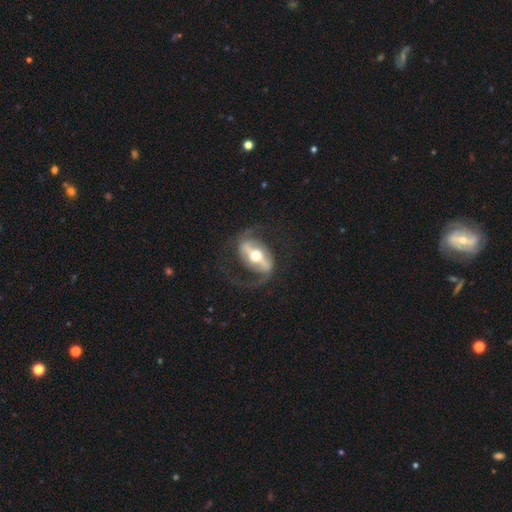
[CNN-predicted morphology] featured or disk 85%, smooth 10%, star or artifact 4%. Down the decision tree: edge-on disk — no (92%); bar — strong (67%); spiral arms — yes (86%); spiral arm count — 2 (88%); spiral winding — medium (46%); bulge size — moderate (73%); merging — none (68%).